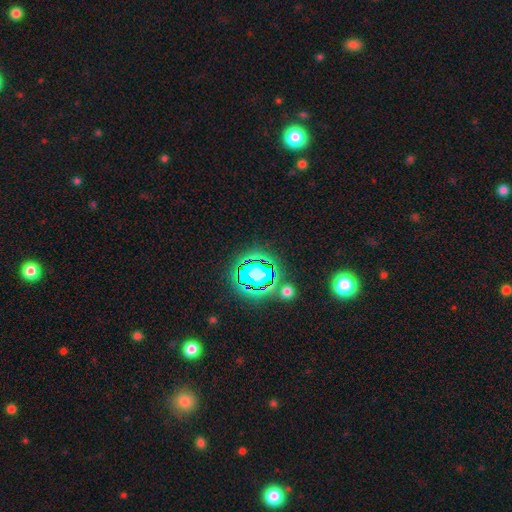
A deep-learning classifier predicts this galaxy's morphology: type=star or artifact (82%).